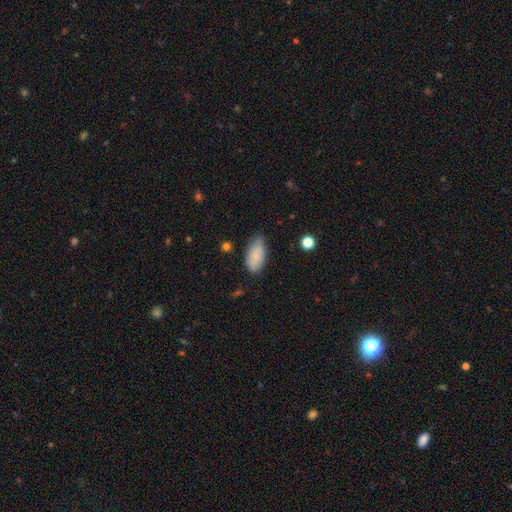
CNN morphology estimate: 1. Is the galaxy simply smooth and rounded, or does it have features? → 77% smooth, 16% featured or disk, 7% star or artifact.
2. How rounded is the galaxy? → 93% in between, 4% cigar-shaped, 3% round.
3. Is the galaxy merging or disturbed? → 61% none, 32% minor disturbance, 6% major disturbance, 2% merger.